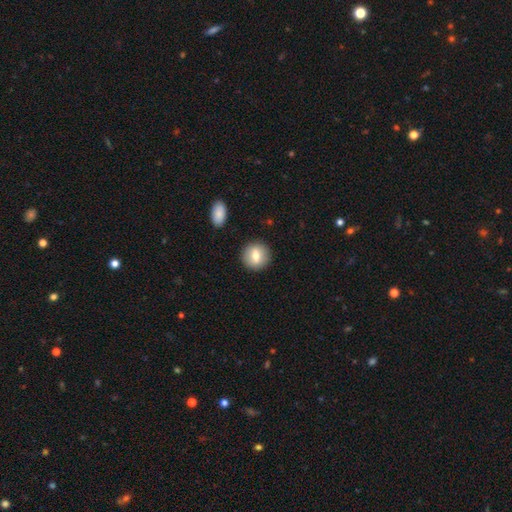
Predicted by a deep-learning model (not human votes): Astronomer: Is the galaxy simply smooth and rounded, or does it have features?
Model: smooth — 74%.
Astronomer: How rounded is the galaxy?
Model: round — 90%.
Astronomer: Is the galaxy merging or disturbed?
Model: none — 90%.